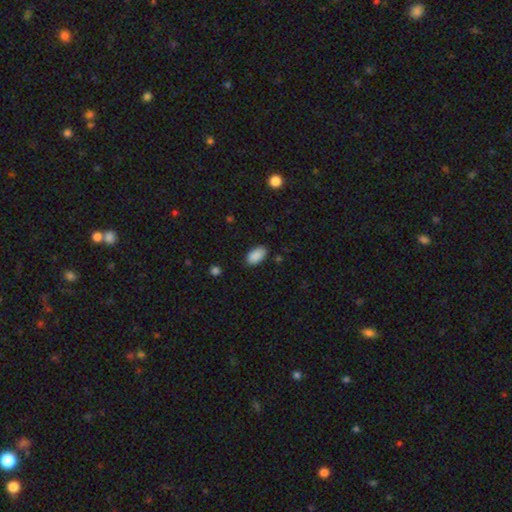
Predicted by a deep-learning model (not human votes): Smooth or featured?
  - smooth: 90% *
  - star or artifact: 7%
  - featured or disk: 3%
How rounded?
  - in between: 94% *
  - round: 4%
  - cigar-shaped: 2%
Merging?
  - none: 84% *
  - minor disturbance: 12%
  - major disturbance: 3%
  - merger: 1%